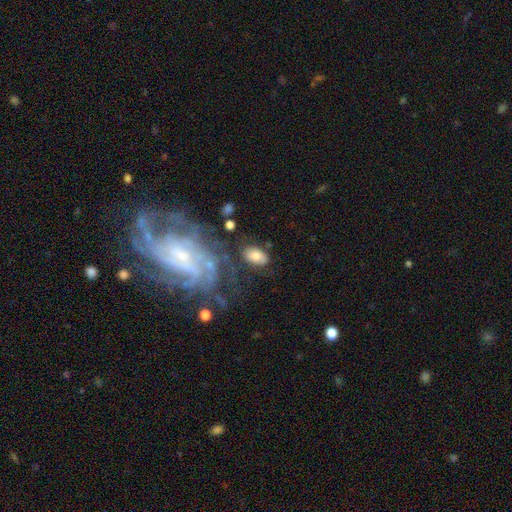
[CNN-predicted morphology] Smooth or featured? smooth (67%)
How rounded? in between (89%)
Merging? none (67%)